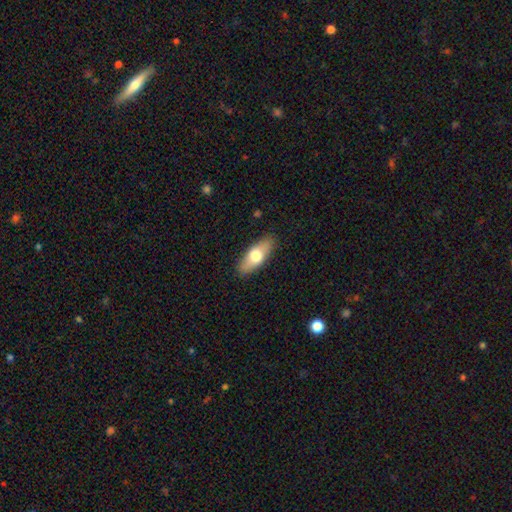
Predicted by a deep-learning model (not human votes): This is likely a smooth galaxy (65%). How rounded: likely in between (71%). Merging: clearly none (87%).